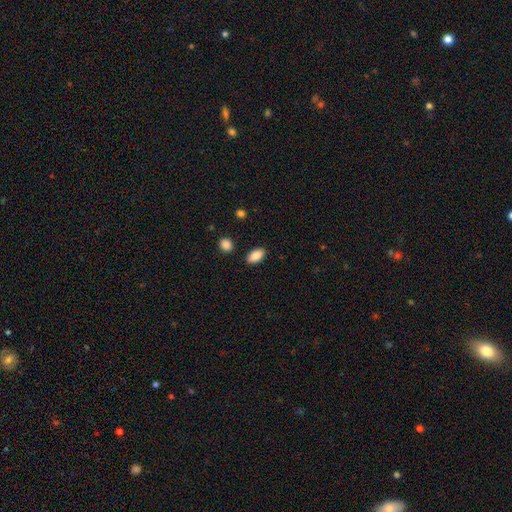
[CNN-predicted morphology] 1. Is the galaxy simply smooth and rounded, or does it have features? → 87% smooth, 7% star or artifact, 6% featured or disk.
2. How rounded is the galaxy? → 92% in between, 4% cigar-shaped, 4% round.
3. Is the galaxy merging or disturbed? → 88% none, 8% minor disturbance, 2% major disturbance, 2% merger.